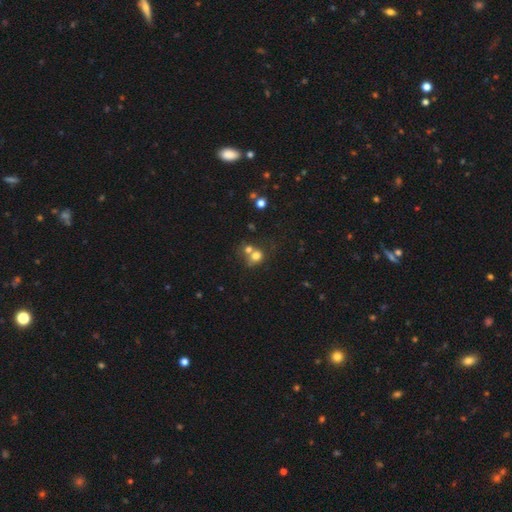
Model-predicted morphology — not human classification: Smooth or featured: smooth — 72% (featured or disk — 15%)
How rounded: round — 73% (in between — 26%)
Merging: merger — 51% (none — 35%)